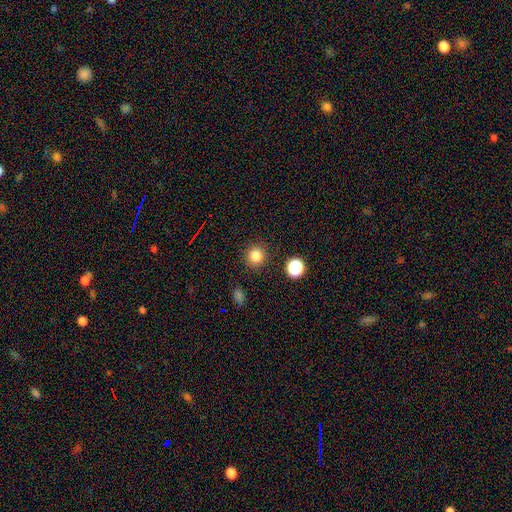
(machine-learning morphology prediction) This is clearly a smooth galaxy (82%). How rounded: clearly round (92%). Merging: clearly none (90%).